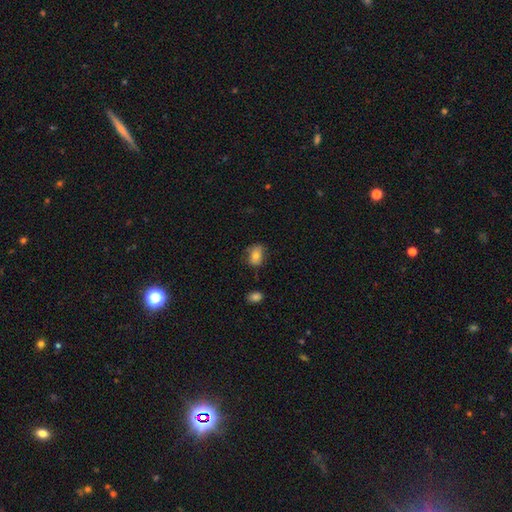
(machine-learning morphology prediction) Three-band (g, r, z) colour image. It shows a smooth galaxy with no disk features (74%) that is in between round and cigar-shaped (62%). Merging: none (63%).